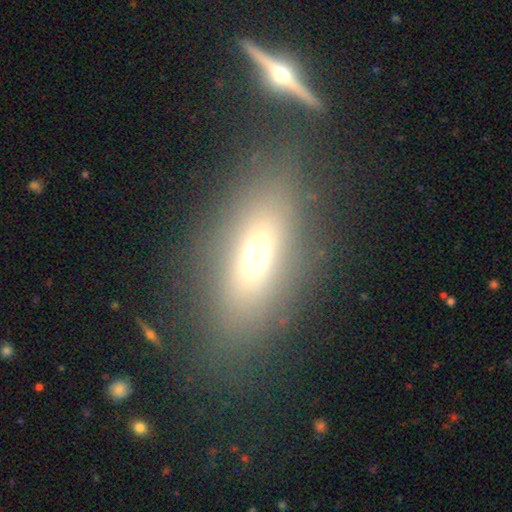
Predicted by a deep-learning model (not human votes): The model was most divided on "smooth or featured": smooth: 61%, featured or disk: 22%, star or artifact: 17%. More confident: how rounded — in between (77%); merging — none (76%).